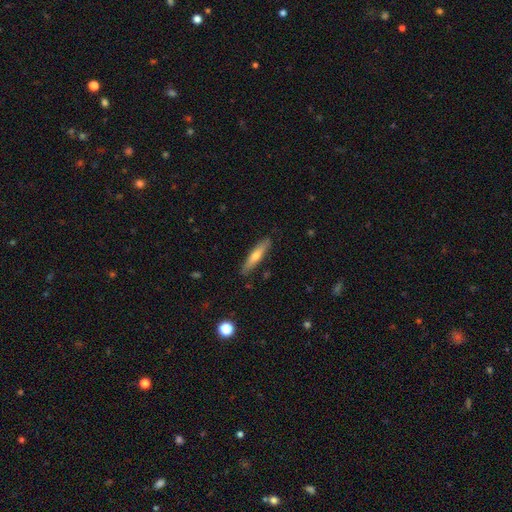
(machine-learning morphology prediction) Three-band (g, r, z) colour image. It shows a smooth galaxy with no disk features (57%) that is cigar-shaped (86%). Merging: none (86%).